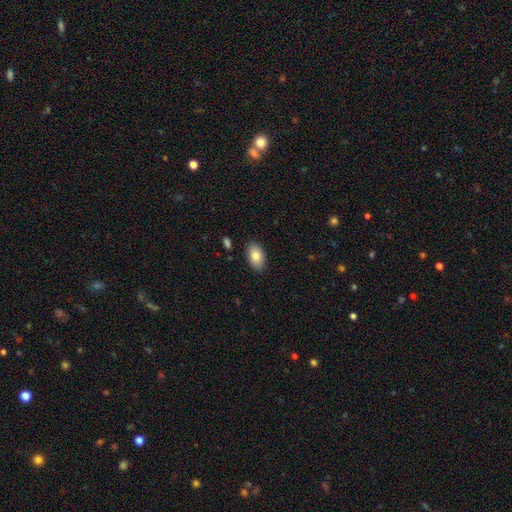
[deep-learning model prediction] Smooth or featured: smooth — 83% (featured or disk — 10%)
How rounded: in between — 93% (round — 5%)
Merging: none — 87% (minor disturbance — 10%)